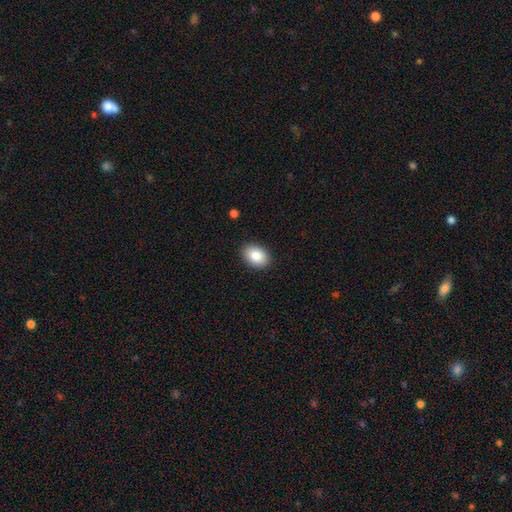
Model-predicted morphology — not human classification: This appears to be a smooth galaxy with no disk features (86%) that is in between round and cigar-shaped (79%). Merging: none (89%).